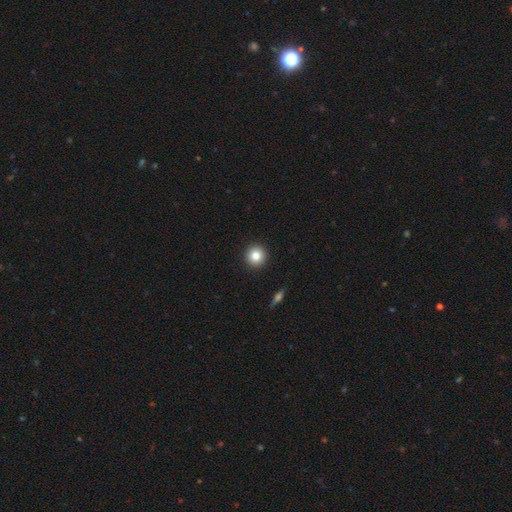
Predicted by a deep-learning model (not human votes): Smooth or featured?
  - smooth: 84% *
  - star or artifact: 10%
  - featured or disk: 7%
How rounded?
  - round: 95% *
  - in between: 4%
  - cigar-shaped: 1%
Merging?
  - none: 93% *
  - minor disturbance: 4%
  - major disturbance: 2%
  - merger: 1%